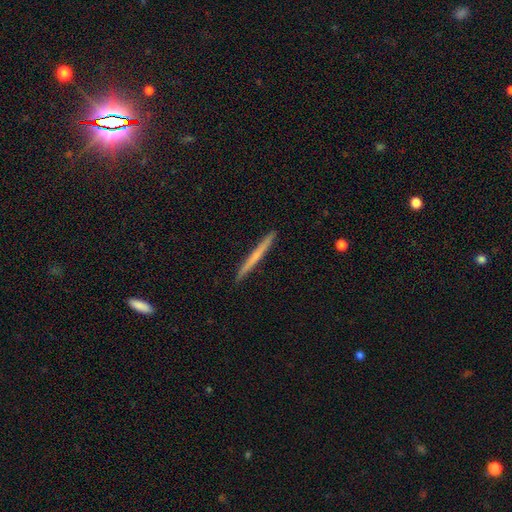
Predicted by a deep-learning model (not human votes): smooth 49%, featured or disk 45%, star or artifact 6%. Down the decision tree: merging — none (93%).